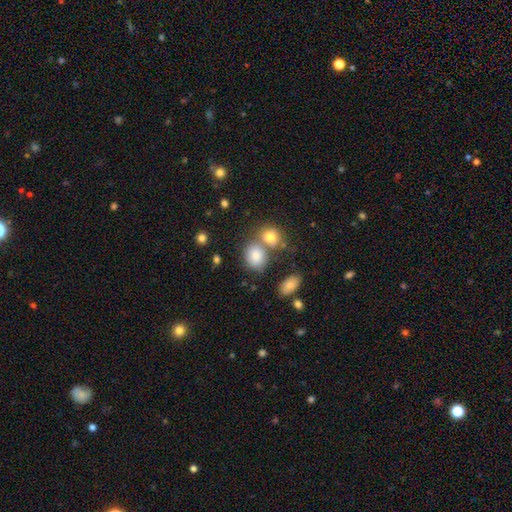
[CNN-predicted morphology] This is clearly a smooth galaxy (81%). How rounded: possibly round (52%). Merging: possibly none (51%).